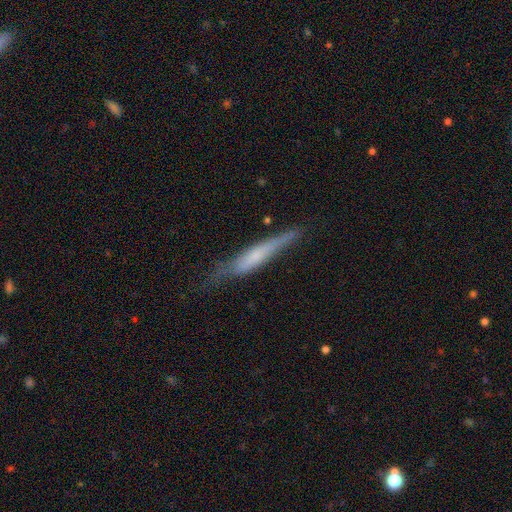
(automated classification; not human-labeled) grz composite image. It shows a smooth galaxy with no disk features (49%). Merging: none (60%).